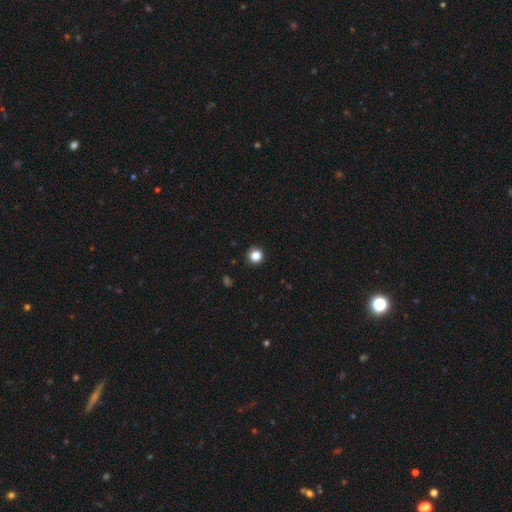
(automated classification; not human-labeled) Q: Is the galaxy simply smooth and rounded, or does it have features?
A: smooth — 85%.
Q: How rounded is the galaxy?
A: round — 95%.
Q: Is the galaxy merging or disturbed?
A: none — 93%.